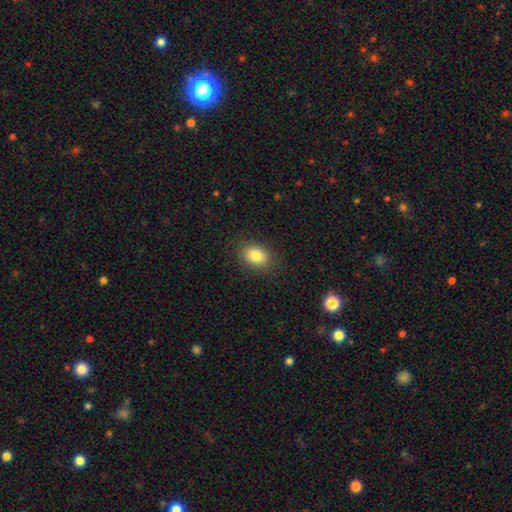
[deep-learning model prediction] Smooth or featured? smooth (84%)
How rounded? in between (72%)
Merging? none (86%)